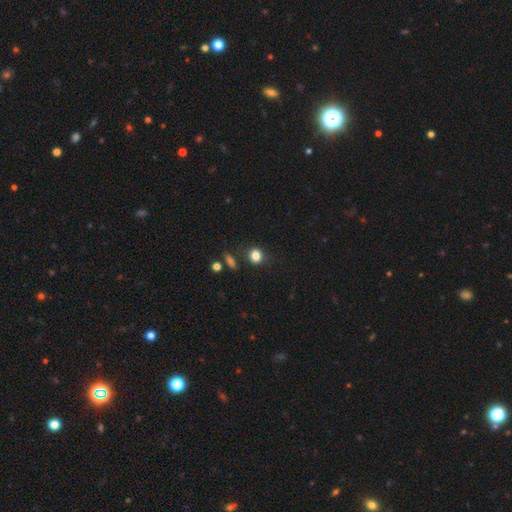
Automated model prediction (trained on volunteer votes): smooth_or_featured: smooth (p=0.83) [alt: star or artifact p=0.12]
how_rounded: round (p=0.70) [alt: in between p=0.28]
merging: none (p=0.79) [alt: minor disturbance p=0.13]